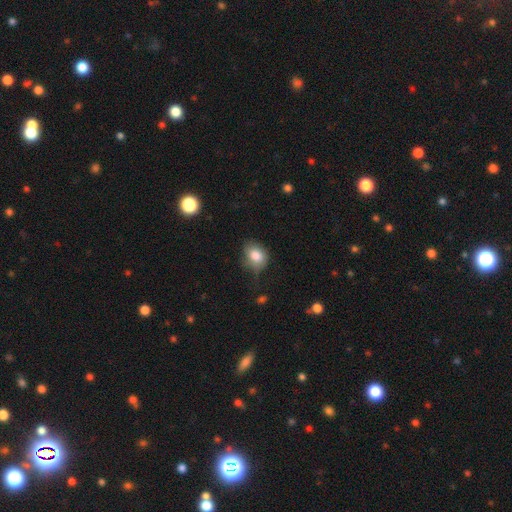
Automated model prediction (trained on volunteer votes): This is clearly a smooth galaxy (83%). How rounded: possibly in between (55%). Merging: possibly none (58%).